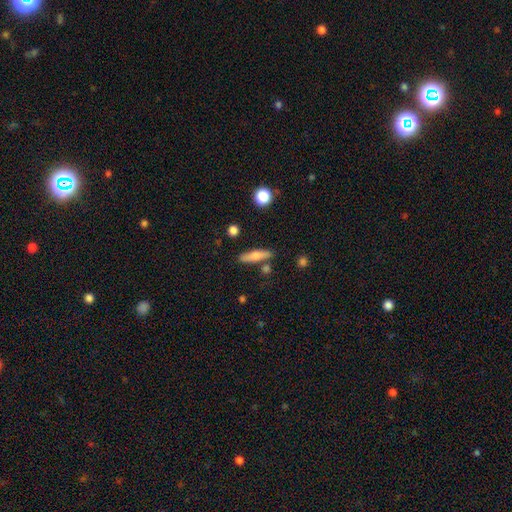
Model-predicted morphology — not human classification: type=smooth (66%); roundness=cigar-shaped (74%); merging=none (79%).